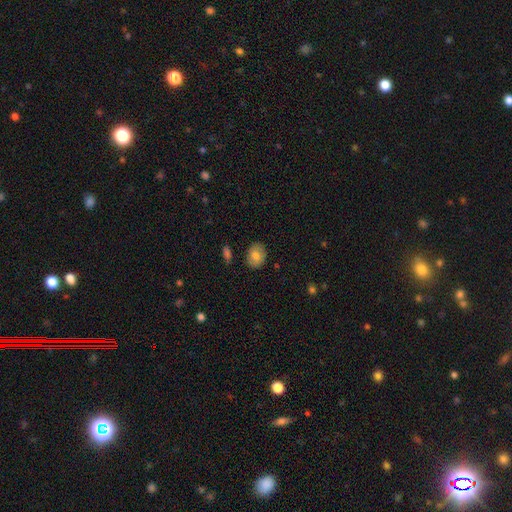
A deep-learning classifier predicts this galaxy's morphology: This is likely a smooth galaxy (74%). How rounded: likely in between (62%). Merging: clearly none (84%).